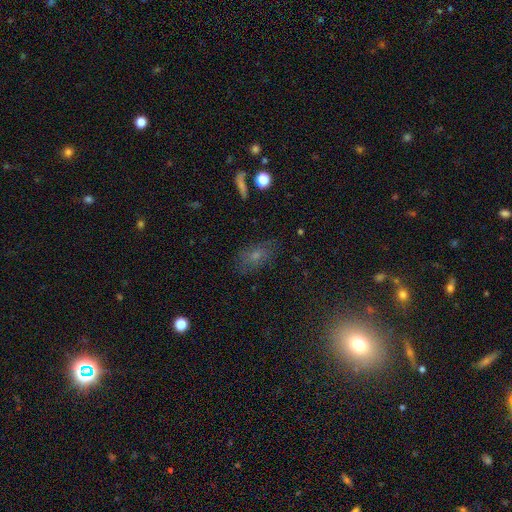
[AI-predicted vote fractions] Smooth or featured?
  - smooth: 57% *
  - featured or disk: 25%
  - star or artifact: 19%
How rounded?
  - in between: 83% *
  - round: 12%
  - cigar-shaped: 5%
Merging?
  - none: 69% *
  - minor disturbance: 20%
  - major disturbance: 8%
  - merger: 2%